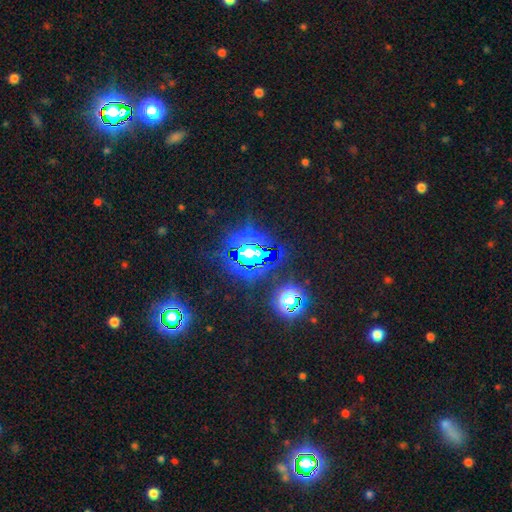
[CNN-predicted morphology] A star or artifact, not a galaxy (77%).